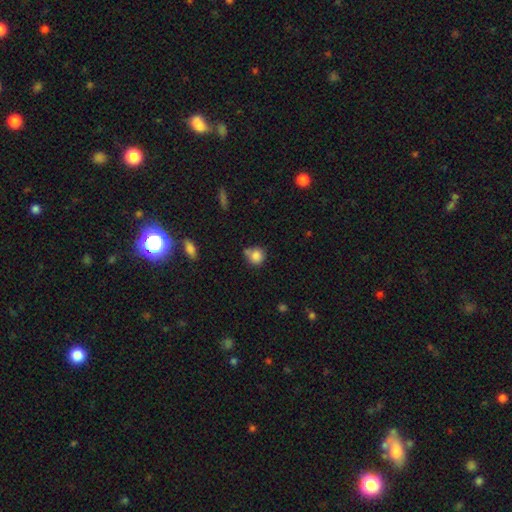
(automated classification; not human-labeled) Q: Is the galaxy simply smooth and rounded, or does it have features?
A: smooth — 83%.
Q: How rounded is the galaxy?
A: round — 86%.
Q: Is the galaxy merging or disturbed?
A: none — 58%.